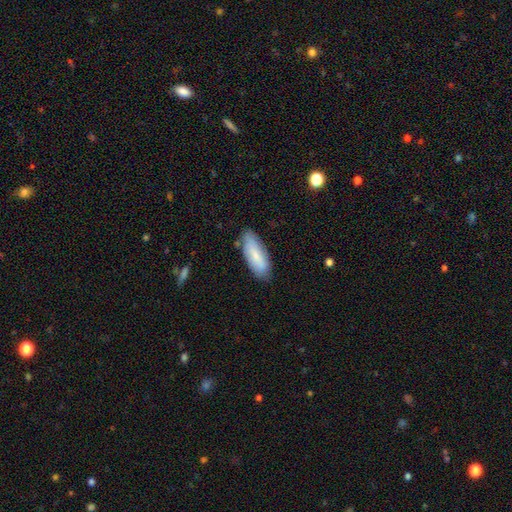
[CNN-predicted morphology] smooth 76%, featured or disk 18%, star or artifact 6%. Down the decision tree: how rounded — in between (69%); merging — none (80%).